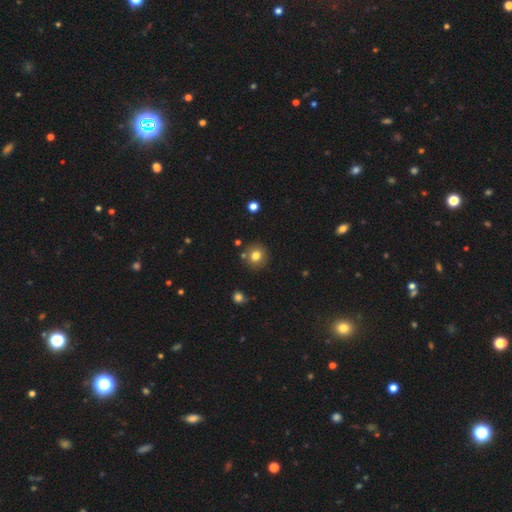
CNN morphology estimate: smooth-or-featured: smooth: 78% | star or artifact: 12% | featured or disk: 10%
  how-rounded: round: 86% | in between: 14% | cigar-shaped: 1%
  merging: none: 81% | minor disturbance: 9% | merger: 7% | major disturbance: 3%